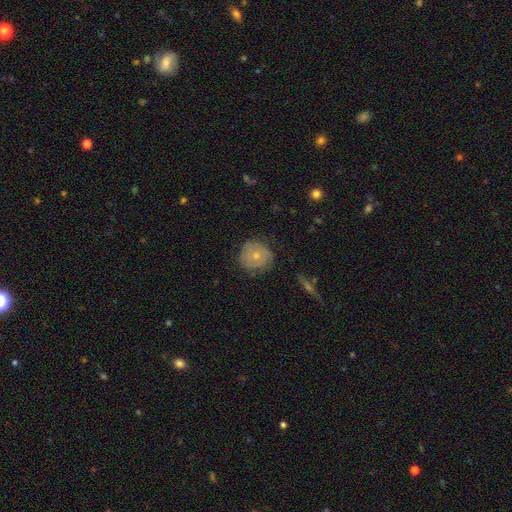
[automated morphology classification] smooth 58%, featured or disk 34%, star or artifact 8%. Down the decision tree: how rounded — round (87%); merging — none (75%).